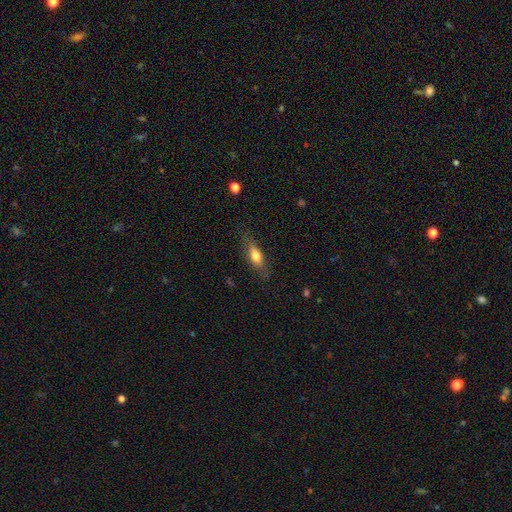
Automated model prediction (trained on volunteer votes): This is likely a smooth galaxy (69%). How rounded: possibly in between (58%). Merging: likely none (78%).